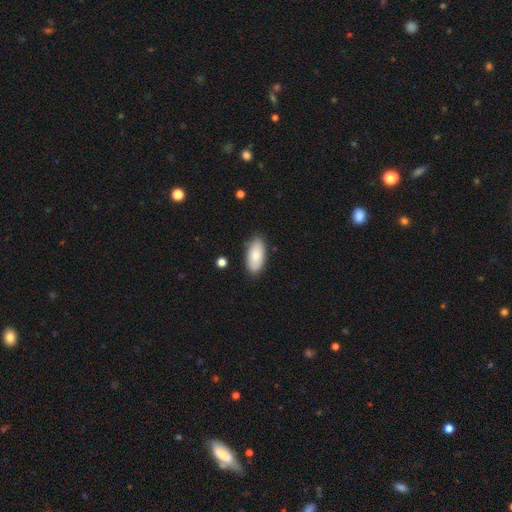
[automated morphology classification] smooth 82%, featured or disk 12%, star or artifact 6%. Down the decision tree: how rounded — in between (91%); merging — none (85%).